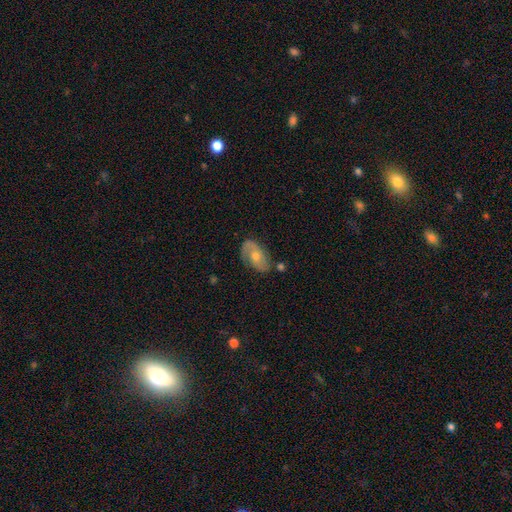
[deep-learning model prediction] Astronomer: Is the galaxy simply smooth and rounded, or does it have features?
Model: featured or disk — 68%.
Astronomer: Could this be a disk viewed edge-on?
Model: no — 95%.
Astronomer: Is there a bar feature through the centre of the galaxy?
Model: no — 69%.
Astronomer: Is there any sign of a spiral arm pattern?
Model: yes — 85%.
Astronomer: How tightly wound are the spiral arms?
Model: medium — 41% (runner-up: tight, 35%).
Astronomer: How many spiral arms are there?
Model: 2 — 67%.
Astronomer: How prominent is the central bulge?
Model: moderate — 58% (runner-up: small, 38%).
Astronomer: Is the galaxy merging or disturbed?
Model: none — 71%.